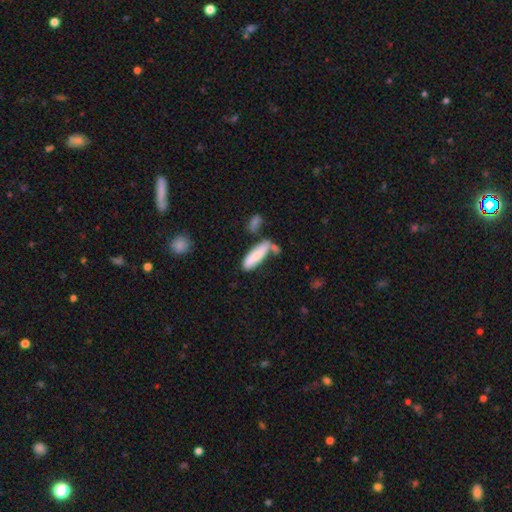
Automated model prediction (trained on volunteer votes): This appears to be a smooth galaxy with no disk features (79%) that is cigar-shaped (51%). Merging: none (51%).